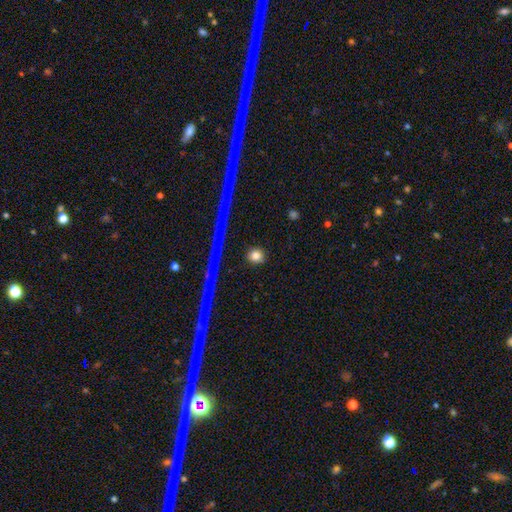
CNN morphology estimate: Overall: smooth (79%). How rounded: round (89%). Merging: none (91%).